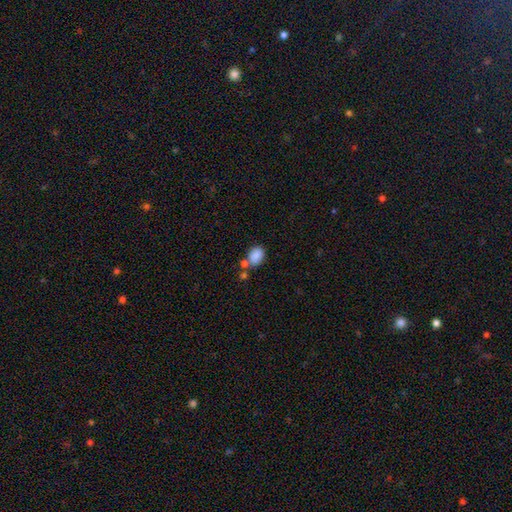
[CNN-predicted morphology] Smooth or featured?
  - smooth: 86% *
  - star or artifact: 9%
  - featured or disk: 6%
How rounded?
  - in between: 74% *
  - round: 25%
  - cigar-shaped: 1%
Merging?
  - none: 54% *
  - merger: 24%
  - minor disturbance: 16%
  - major disturbance: 6%